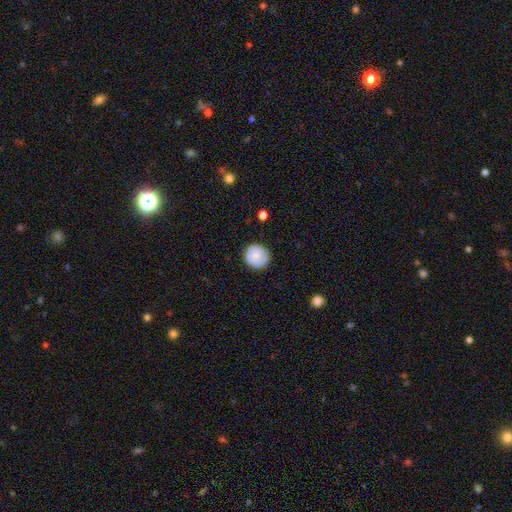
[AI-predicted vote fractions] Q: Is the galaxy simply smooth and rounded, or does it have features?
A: smooth — 60%.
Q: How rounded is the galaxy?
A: round — 90%.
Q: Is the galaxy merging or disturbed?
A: none — 81%.